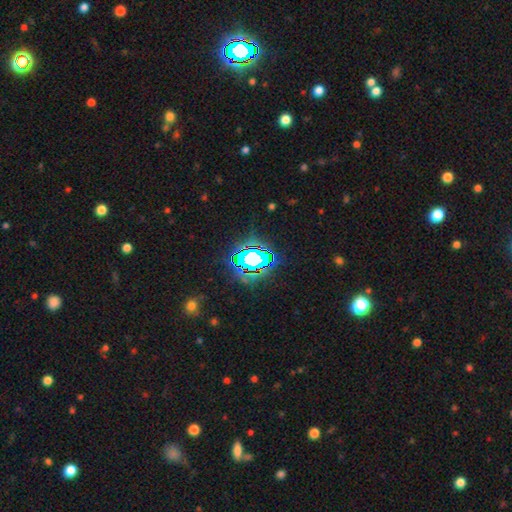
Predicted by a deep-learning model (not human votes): Smooth or featured? star or artifact (65%)